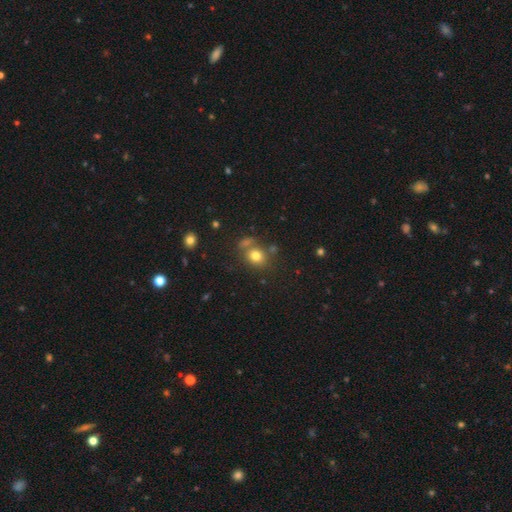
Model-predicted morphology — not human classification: Smooth or featured?
  - smooth: 77% *
  - star or artifact: 13%
  - featured or disk: 10%
How rounded?
  - round: 67% *
  - in between: 32%
  - cigar-shaped: 1%
Merging?
  - none: 64% *
  - merger: 18%
  - minor disturbance: 13%
  - major disturbance: 5%